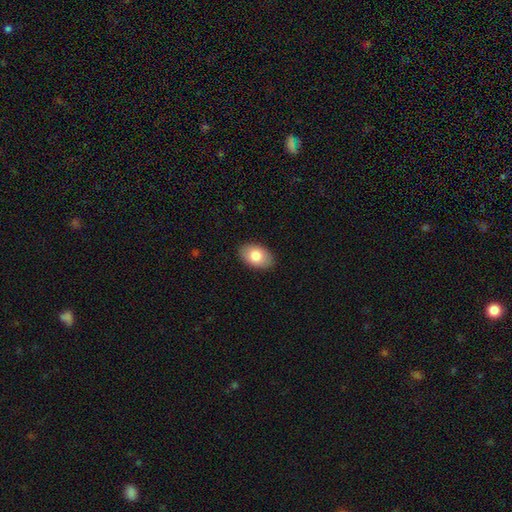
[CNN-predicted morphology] smooth 83%, featured or disk 11%, star or artifact 7%. Down the decision tree: how rounded — in between (90%); merging — none (89%).